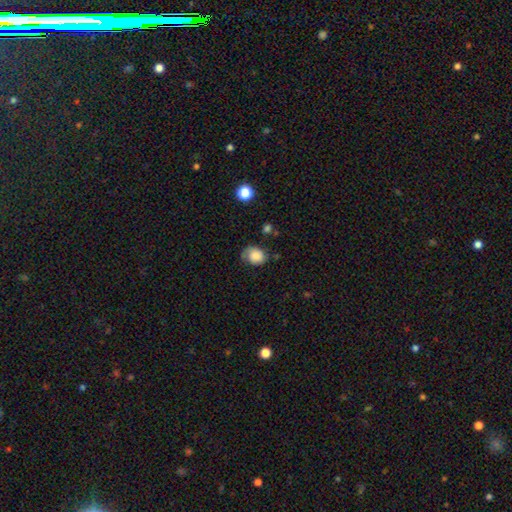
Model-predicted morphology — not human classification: type=smooth (75%); roundness=round (51%); merging=none (54%).